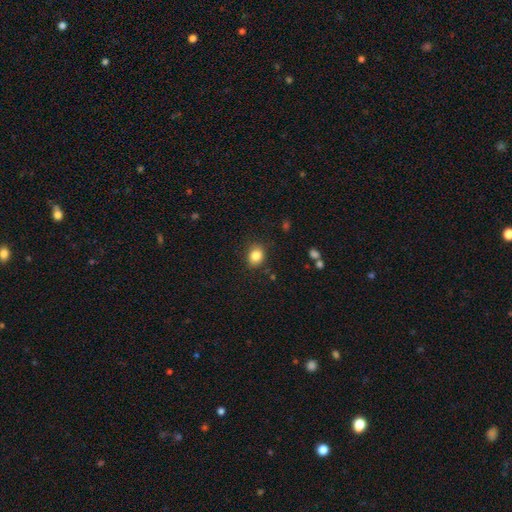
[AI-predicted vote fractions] Smooth or featured? Predicted: smooth (p=0.84). How rounded? Predicted: round (p=0.57). Merging? Predicted: none (p=0.85).